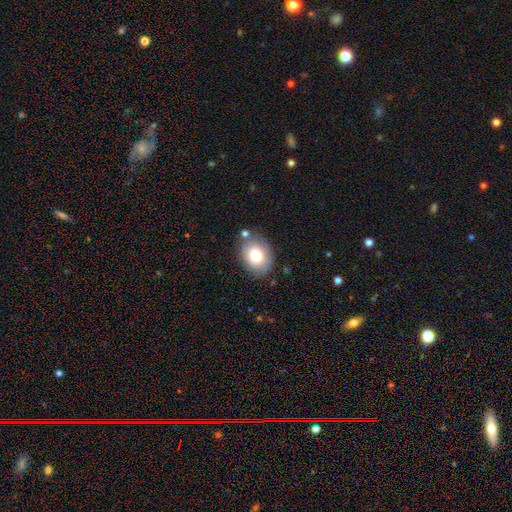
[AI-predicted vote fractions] Morphology: type=smooth (80%); roundness=in between (64%); merging=none (78%).